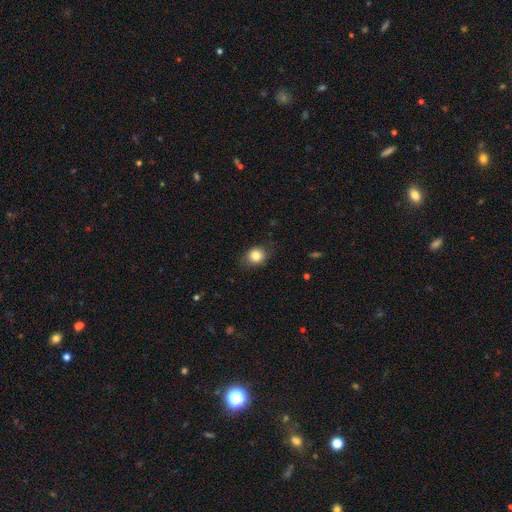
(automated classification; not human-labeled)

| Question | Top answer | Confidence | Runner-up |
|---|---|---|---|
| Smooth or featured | smooth | 82% | star or artifact (10%) |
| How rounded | round | 67% | in between (32%) |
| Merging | none | 78% | minor disturbance (17%) |